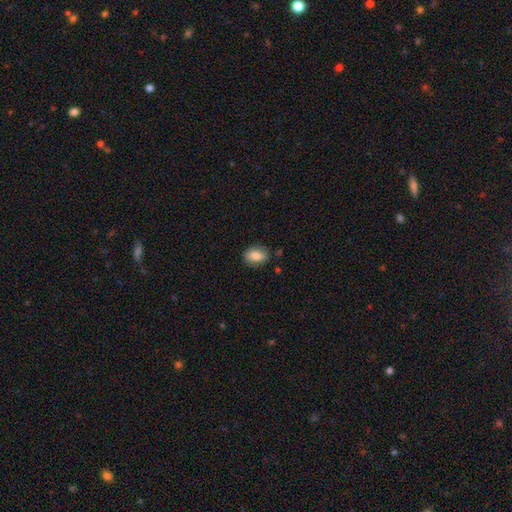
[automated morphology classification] type=smooth (80%); roundness=in between (80%); merging=none (81%).